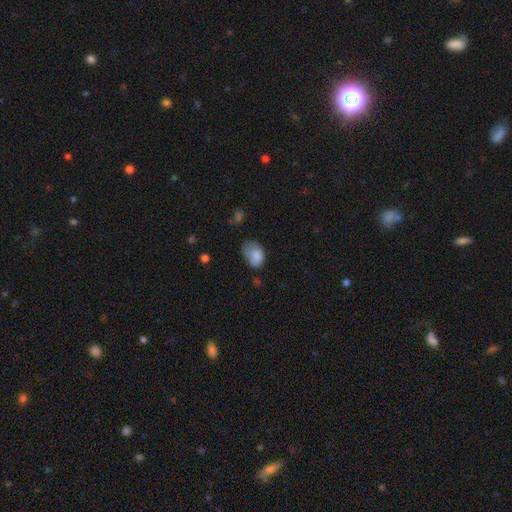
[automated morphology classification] Smooth or featured? smooth (82%)
How rounded? in between (82%)
Merging? none (39%, tied with minor disturbance)